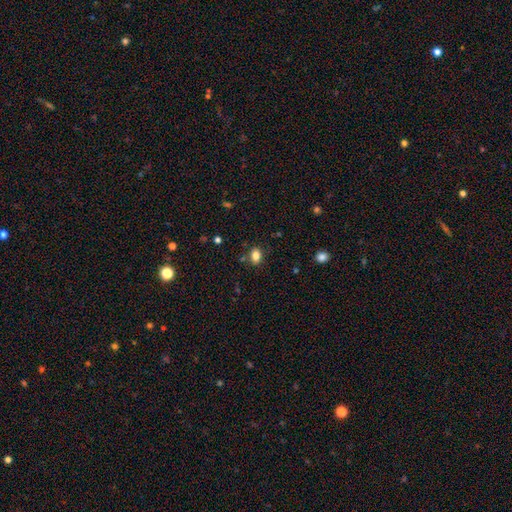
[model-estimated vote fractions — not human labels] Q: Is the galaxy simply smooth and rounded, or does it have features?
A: smooth — 83%.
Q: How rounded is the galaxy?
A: in between — 70%.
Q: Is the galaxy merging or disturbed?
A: none — 80%.